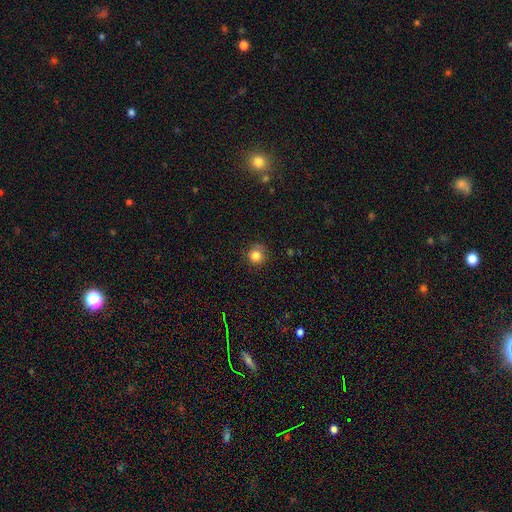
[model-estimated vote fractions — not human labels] smooth 82%, star or artifact 12%, featured or disk 6%. Down the decision tree: how rounded — round (92%); merging — none (80%).